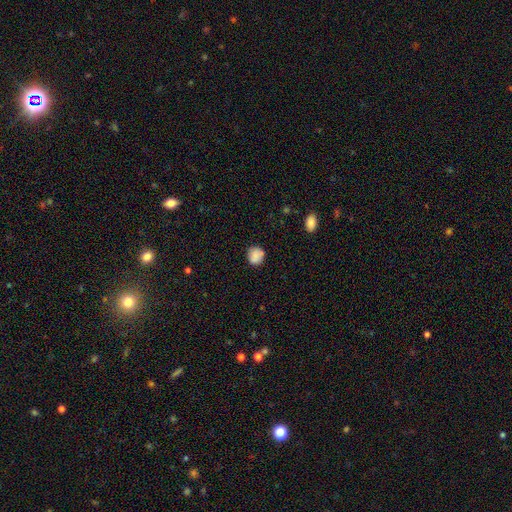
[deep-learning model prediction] Smooth or featured? smooth (85%)
How rounded? round (84%)
Merging? none (82%)